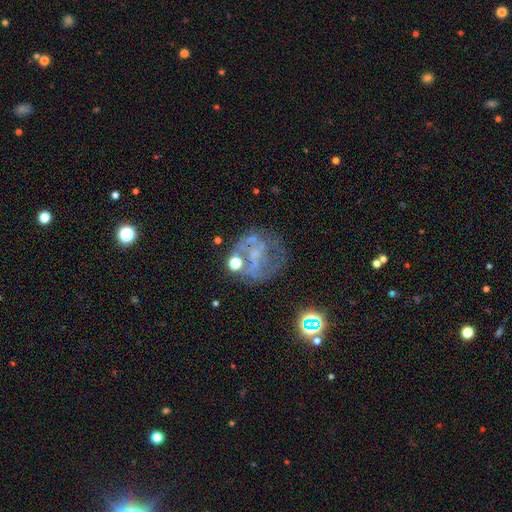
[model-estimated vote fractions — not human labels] Q: Smooth or featured?
A: featured or disk (60%); runner-up: smooth (20%)
Q: Edge-on disk?
A: no (97%); runner-up: yes (3%)
Q: Bar?
A: no (56%); runner-up: weak (29%)
Q: Spiral arms?
A: no (59%); runner-up: yes (41%)
Q: Bulge size?
A: none (51%); runner-up: small (33%)
Q: Merging?
A: none (56%); runner-up: major disturbance (19%)